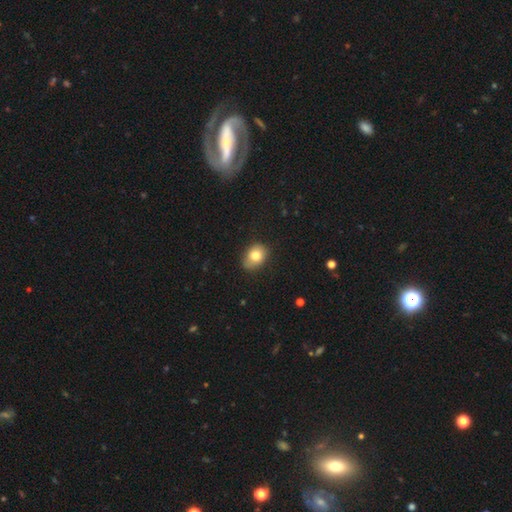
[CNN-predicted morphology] smooth 81%, featured or disk 10%, star or artifact 9%. Down the decision tree: how rounded — in between (61%); merging — none (74%).